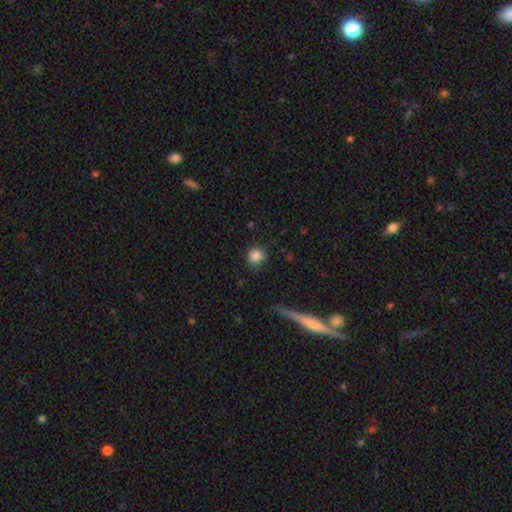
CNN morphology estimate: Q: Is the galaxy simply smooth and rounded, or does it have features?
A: smooth — 87%.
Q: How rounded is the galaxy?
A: round — 90%.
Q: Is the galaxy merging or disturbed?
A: none — 82%.